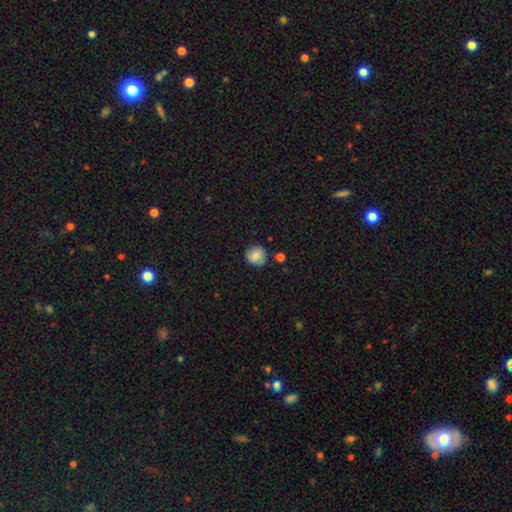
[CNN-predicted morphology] A smooth galaxy with no disk features (73%) that is round (90%). Merging: none (76%).